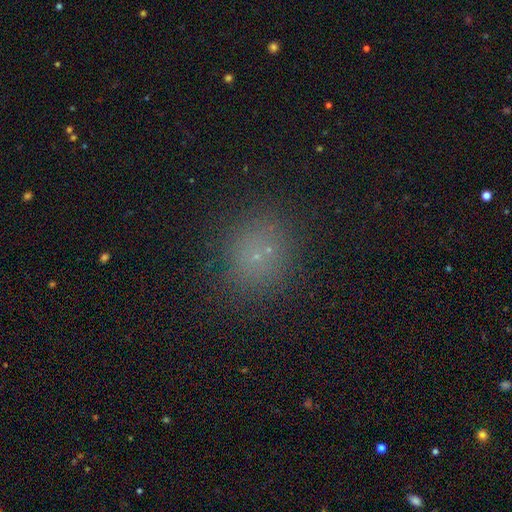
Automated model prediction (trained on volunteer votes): Smooth or featured? smooth (65%)
How rounded? round (80%)
Merging? none (83%)